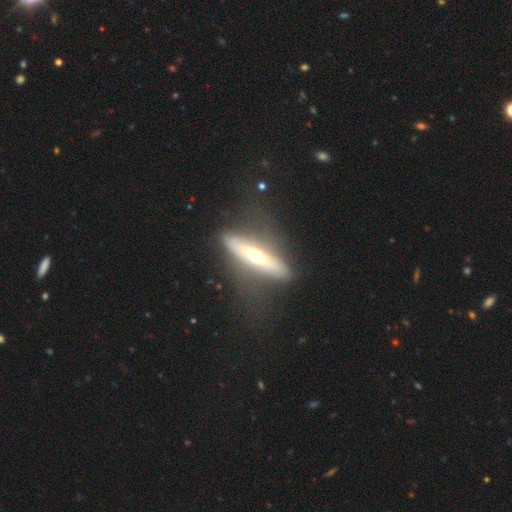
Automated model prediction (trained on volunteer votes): featured or disk 63%, smooth 31%, star or artifact 6%. Down the decision tree: edge-on disk — yes (67%); merging — none (57%).